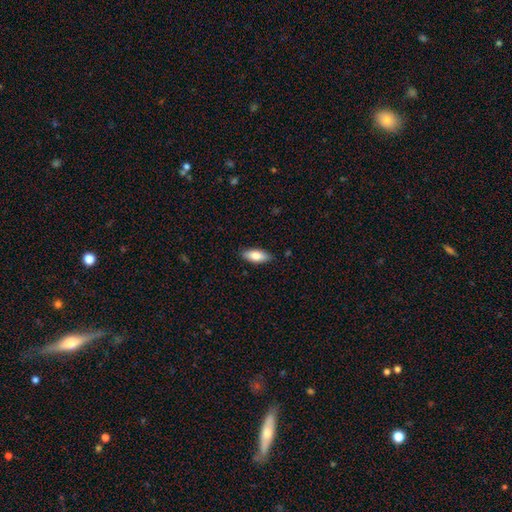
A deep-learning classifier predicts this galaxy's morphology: smooth-or-featured: smooth: 80% | featured or disk: 14% | star or artifact: 6%
  how-rounded: in between: 81% | cigar-shaped: 17% | round: 2%
  merging: none: 86% | minor disturbance: 11% | major disturbance: 2% | merger: 1%